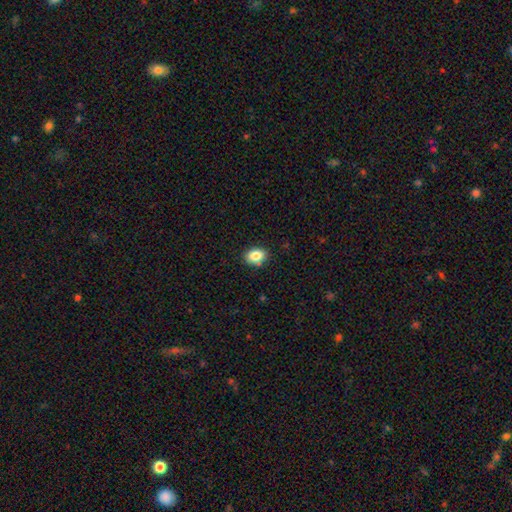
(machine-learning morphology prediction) Overall: smooth (85%). How rounded: in between (71%). Merging: none (84%).